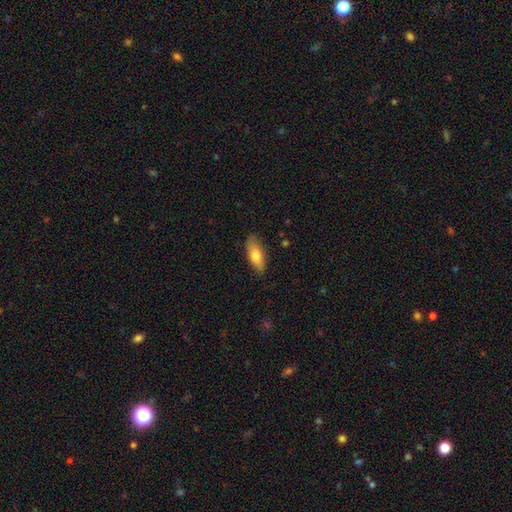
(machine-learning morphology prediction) Smooth or featured?
  - smooth: 74% *
  - featured or disk: 19%
  - star or artifact: 6%
How rounded?
  - in between: 72% *
  - cigar-shaped: 25%
  - round: 3%
Merging?
  - none: 81% *
  - minor disturbance: 15%
  - major disturbance: 3%
  - merger: 1%